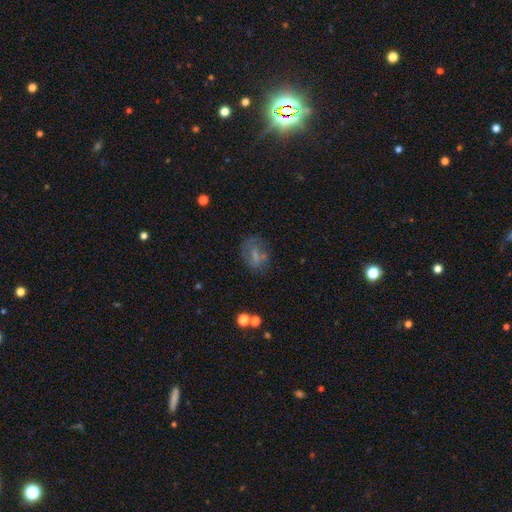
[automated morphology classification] smooth-or-featured: smooth: 51% | featured or disk: 35% | star or artifact: 14%
  how-rounded: in between: 67% | round: 28% | cigar-shaped: 4%
  merging: none: 59% | minor disturbance: 22% | major disturbance: 15% | merger: 5%